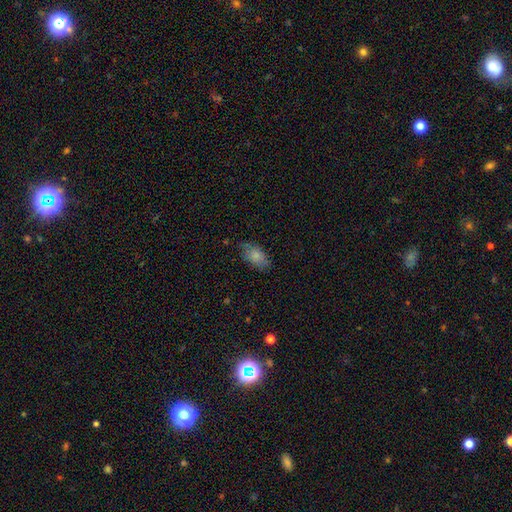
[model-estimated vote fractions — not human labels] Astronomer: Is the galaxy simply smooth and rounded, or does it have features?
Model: smooth — 80%.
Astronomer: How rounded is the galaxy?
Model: in between — 91%.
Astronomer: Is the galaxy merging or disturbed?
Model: none — 67%.